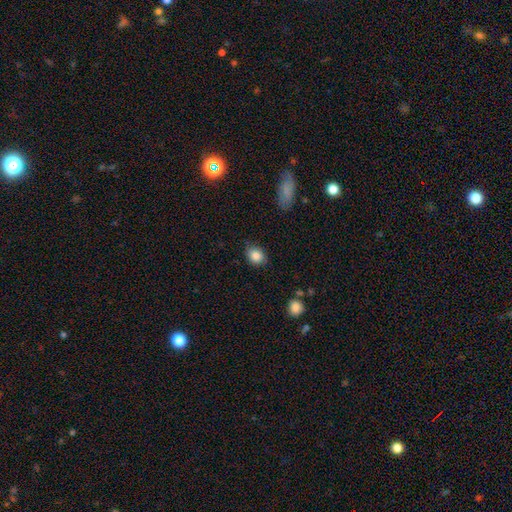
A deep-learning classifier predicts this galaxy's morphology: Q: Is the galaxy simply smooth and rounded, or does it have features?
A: smooth — 85%.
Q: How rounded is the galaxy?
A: round — 50%.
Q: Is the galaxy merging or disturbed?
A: none — 77%.